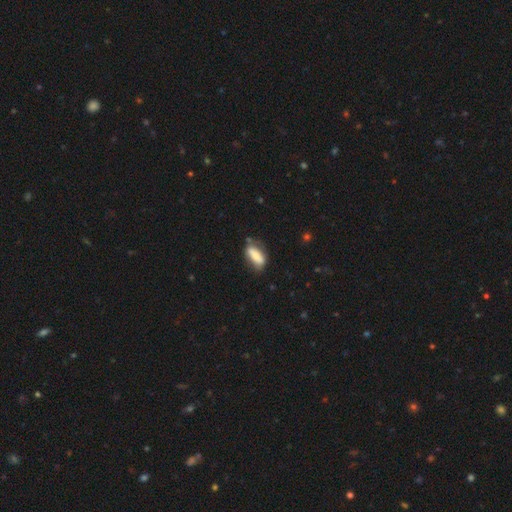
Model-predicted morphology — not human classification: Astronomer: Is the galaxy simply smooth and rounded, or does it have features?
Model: smooth — 65%.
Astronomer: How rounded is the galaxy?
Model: in between — 75%.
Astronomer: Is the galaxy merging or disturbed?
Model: none — 60%.